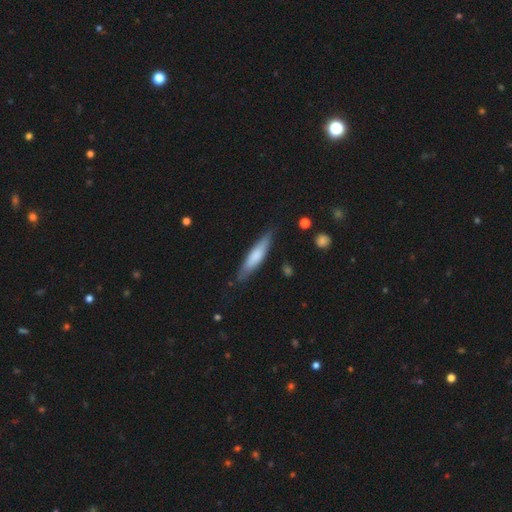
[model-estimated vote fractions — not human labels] Morphology: type=smooth (67%); roundness=cigar-shaped (82%); merging=none (83%).